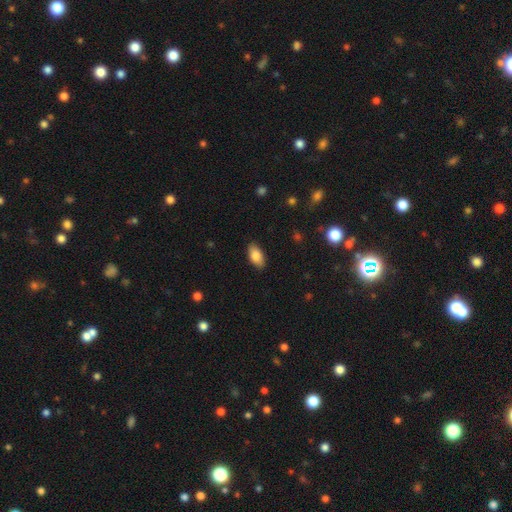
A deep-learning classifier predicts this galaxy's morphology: type=smooth (85%); roundness=in between (92%); merging=none (87%).